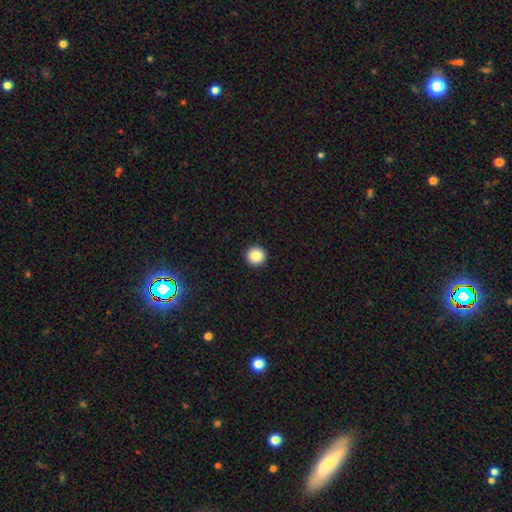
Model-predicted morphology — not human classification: Overall: smooth (87%). How rounded: round (95%). Merging: none (94%).